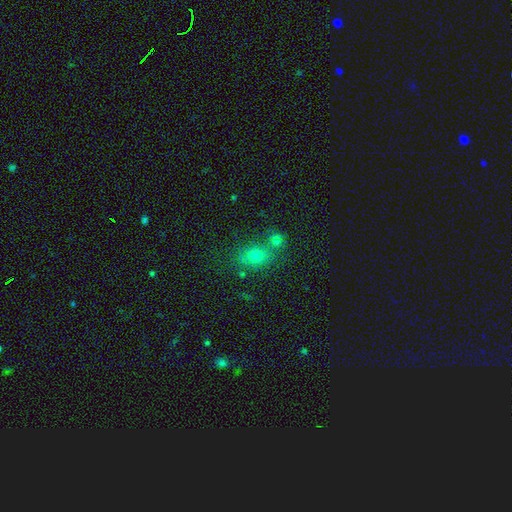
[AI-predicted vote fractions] The model was most divided on "how rounded": in between: 50%, round: 48%, cigar-shaped: 2%. More confident: smooth or featured — smooth (65%); merging — none (60%).